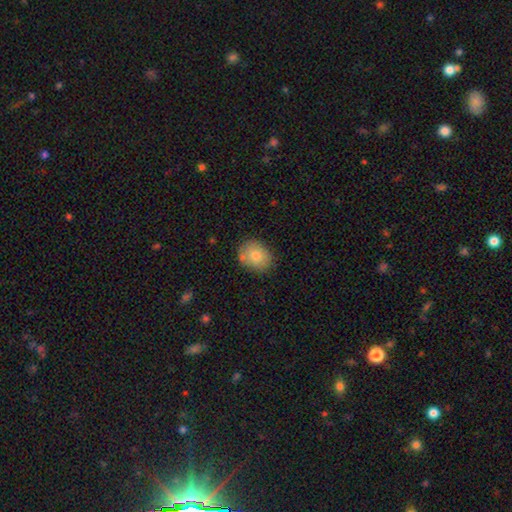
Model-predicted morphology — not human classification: A smooth galaxy with no disk features (79%) that is round (50%).

Vote fractions:
- Smooth or featured? smooth: 79% / featured or disk: 13% / star or artifact: 9%
- How rounded? round: 50% / in between: 49% / cigar-shaped: 1%
- Merging? none: 77% / minor disturbance: 14% / merger: 6% / major disturbance: 3%